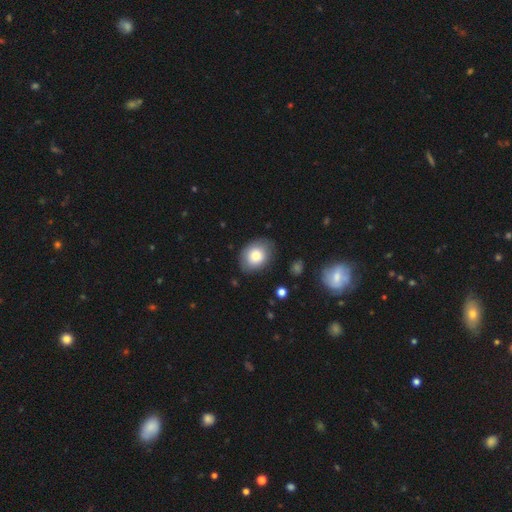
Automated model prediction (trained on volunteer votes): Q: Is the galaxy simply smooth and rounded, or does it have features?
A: smooth — 80%.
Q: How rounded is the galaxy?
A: in between — 63%.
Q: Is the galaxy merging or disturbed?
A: none — 78%.